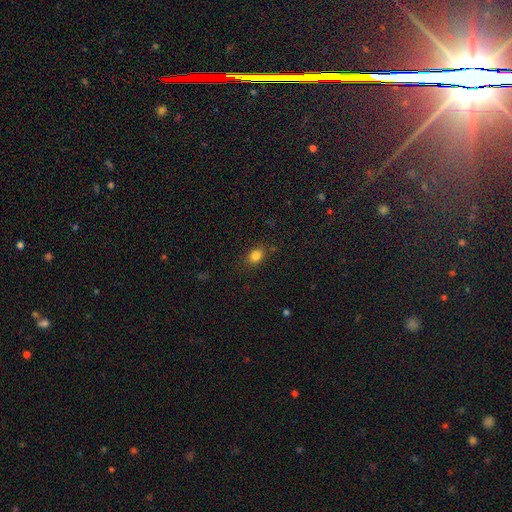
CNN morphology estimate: Smooth or featured? Predicted: smooth (p=0.83). How rounded? Predicted: in between (p=0.63). Merging? Predicted: none (p=0.83).